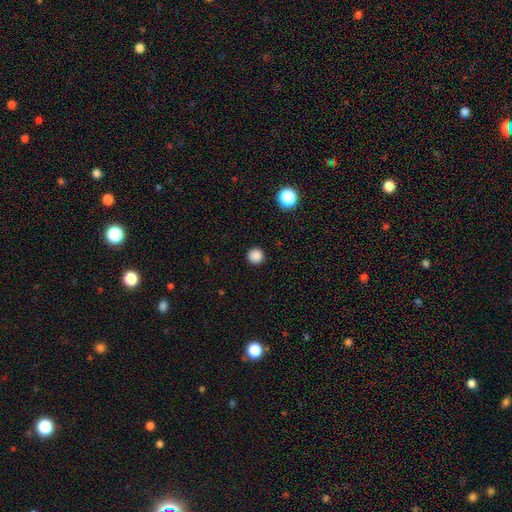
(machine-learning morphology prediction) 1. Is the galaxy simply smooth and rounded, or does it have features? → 87% smooth, 11% star or artifact, 3% featured or disk.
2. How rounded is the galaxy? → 96% round, 3% in between, 1% cigar-shaped.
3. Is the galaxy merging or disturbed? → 93% none, 4% minor disturbance, 2% major disturbance, 1% merger.